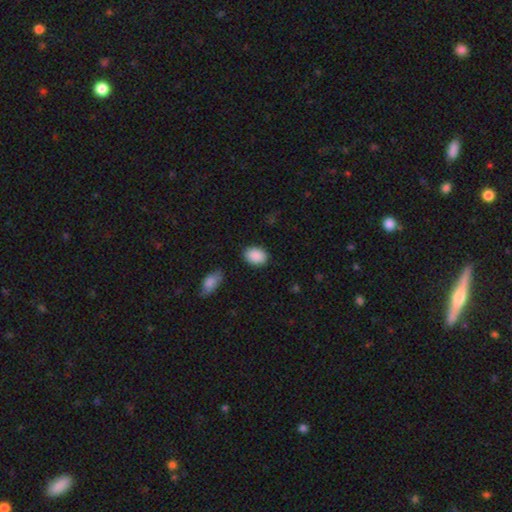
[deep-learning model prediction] Smooth or featured? Predicted: smooth (p=0.90). How rounded? Predicted: in between (p=0.79). Merging? Predicted: none (p=0.86).